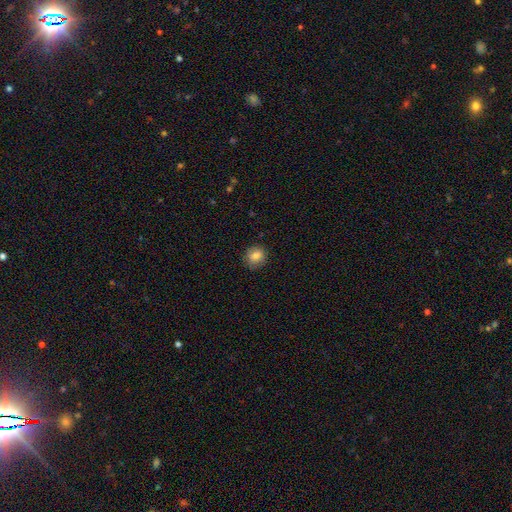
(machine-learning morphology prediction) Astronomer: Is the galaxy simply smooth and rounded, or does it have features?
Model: smooth — 82%.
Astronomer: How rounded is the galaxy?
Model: round — 82%.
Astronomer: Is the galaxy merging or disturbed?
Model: none — 86%.